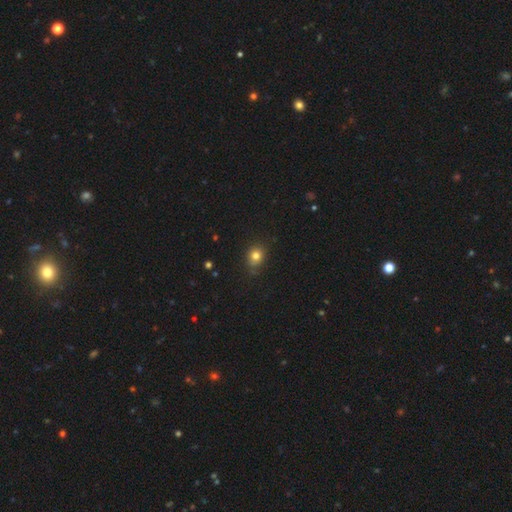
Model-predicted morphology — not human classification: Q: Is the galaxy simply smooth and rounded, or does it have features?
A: smooth — 79%.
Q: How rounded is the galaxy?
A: round — 66%.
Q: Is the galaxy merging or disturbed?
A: none — 77%.